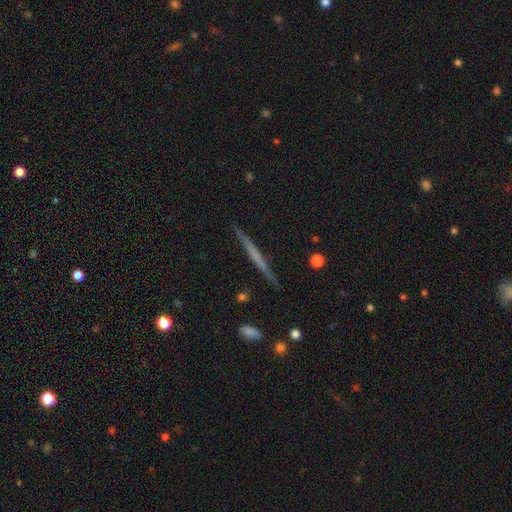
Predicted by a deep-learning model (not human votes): Q: Smooth or featured?
A: featured or disk (60%); runner-up: smooth (34%)
Q: Edge-on disk?
A: yes (97%); runner-up: no (3%)
Q: Edge-on bulge?
A: none (83%); runner-up: rounded (10%)
Q: Merging?
A: none (90%); runner-up: minor disturbance (7%)